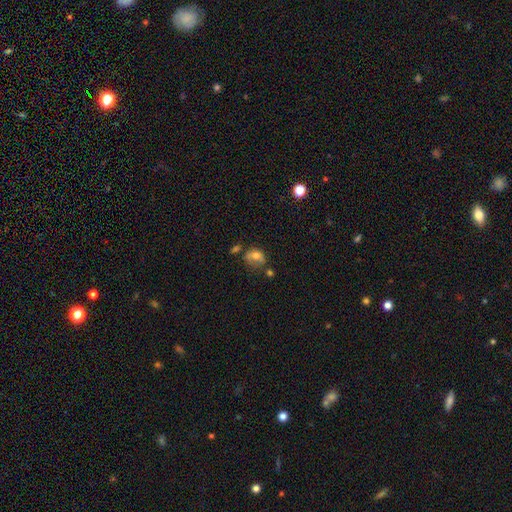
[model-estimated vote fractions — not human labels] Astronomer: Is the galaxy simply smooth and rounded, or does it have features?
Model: smooth — 62%.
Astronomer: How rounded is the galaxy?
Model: round — 52% (runner-up: in between, 46%).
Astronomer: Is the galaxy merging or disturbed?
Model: none — 43% (runner-up: minor disturbance, 25%).